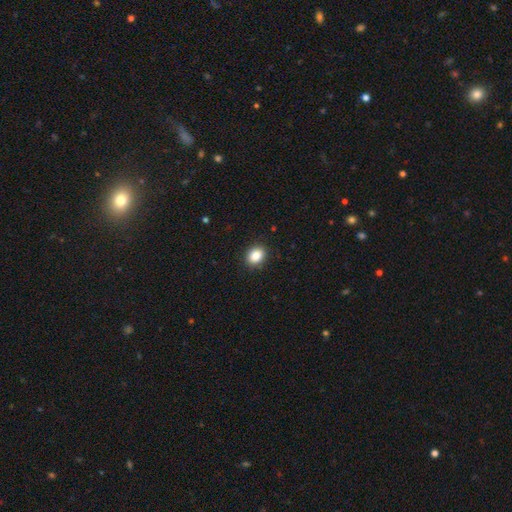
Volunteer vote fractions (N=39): Morphology: type=smooth (85%); roundness=round (52%); merging=none (92%).